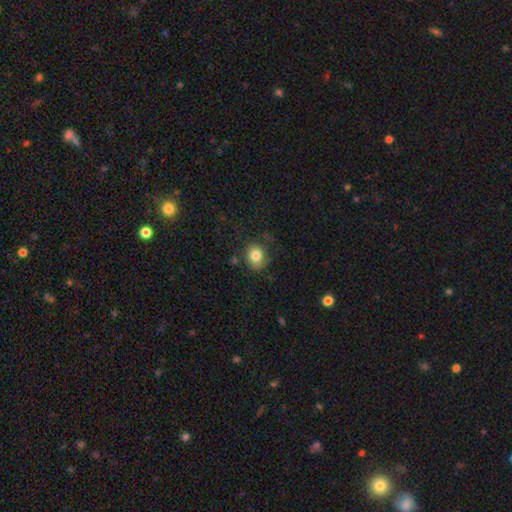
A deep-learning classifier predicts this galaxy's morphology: The model was most divided on "how rounded": round: 66%, in between: 34%, cigar-shaped: 1%. More confident: smooth or featured — smooth (81%); merging — none (70%).